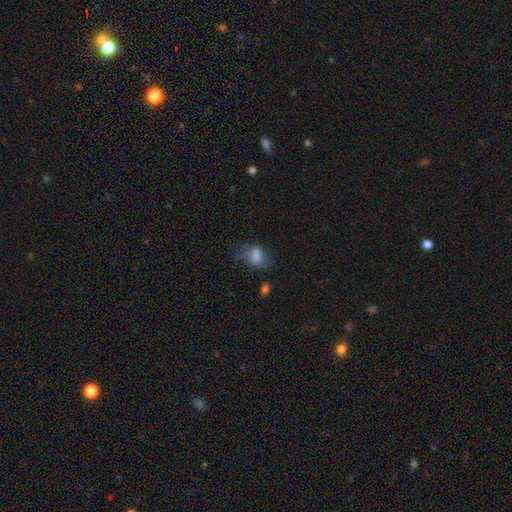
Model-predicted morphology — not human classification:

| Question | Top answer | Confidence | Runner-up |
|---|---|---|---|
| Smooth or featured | smooth | 72% | featured or disk (18%) |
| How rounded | in between | 76% | round (22%) |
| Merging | none | 44% | minor disturbance (30%) |